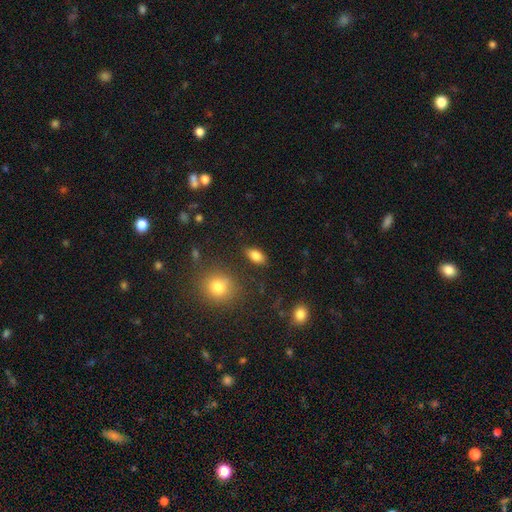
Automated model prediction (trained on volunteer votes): A smooth galaxy with no disk features (83%) that is in between round and cigar-shaped (89%).

Vote fractions:
- Smooth or featured? smooth: 83% / star or artifact: 9% / featured or disk: 8%
- How rounded? in between: 89% / round: 6% / cigar-shaped: 5%
- Merging? none: 84% / minor disturbance: 10% / major disturbance: 3% / merger: 3%